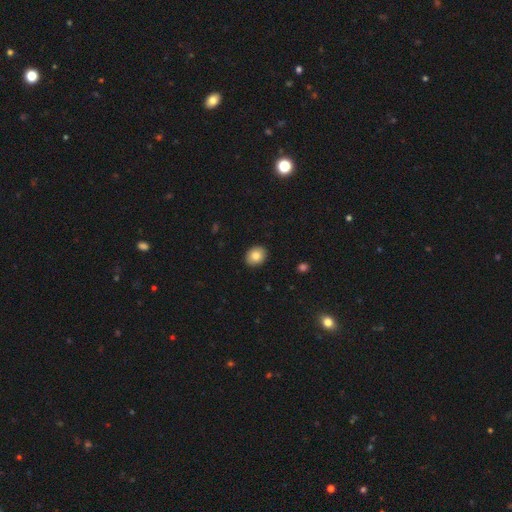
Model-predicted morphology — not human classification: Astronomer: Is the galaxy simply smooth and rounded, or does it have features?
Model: smooth — 83%.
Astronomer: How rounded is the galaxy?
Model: round — 54% (runner-up: in between, 45%).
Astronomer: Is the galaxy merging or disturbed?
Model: none — 91%.